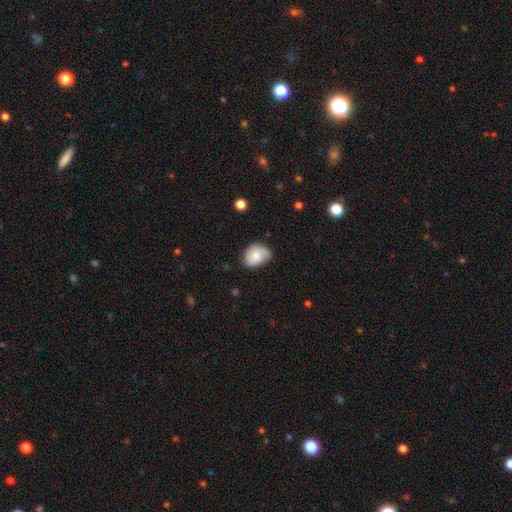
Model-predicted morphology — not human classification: Smooth or featured? smooth (61%)
How rounded? in between (59%)
Merging? none (58%)